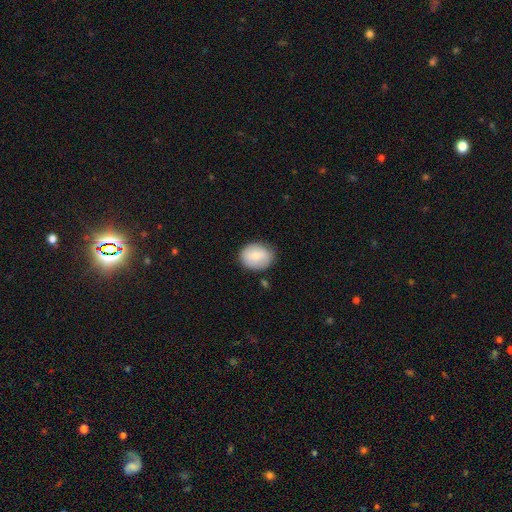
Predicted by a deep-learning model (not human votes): This appears to be a smooth galaxy with no disk features (76%) that is in between round and cigar-shaped (51%). Merging: none (81%).